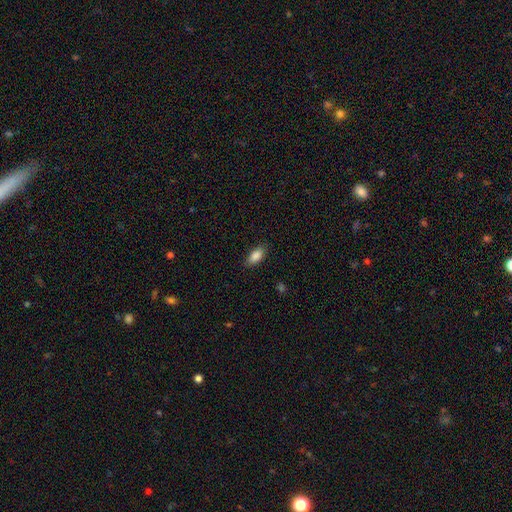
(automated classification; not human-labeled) This appears to be a smooth galaxy with no disk features (87%) that is in between round and cigar-shaped (88%). Merging: none (85%).